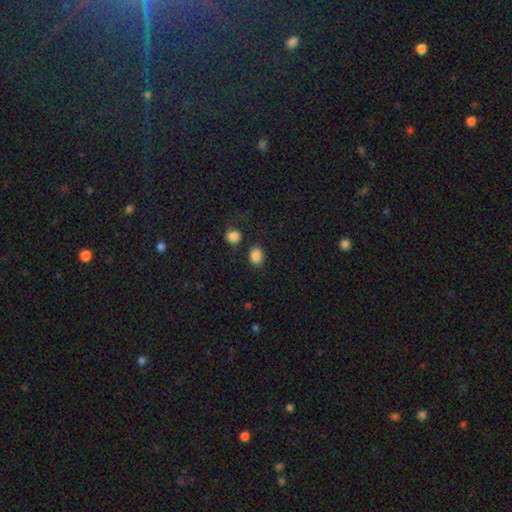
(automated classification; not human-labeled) Smooth or featured? Predicted: smooth (p=0.86). How rounded? Predicted: round (p=0.53). Merging? Predicted: none (p=0.78).